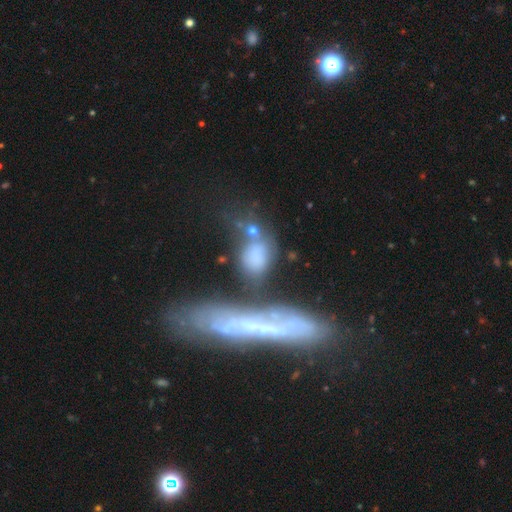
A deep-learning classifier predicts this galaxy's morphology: smooth_or_featured: smooth (p=0.54) [alt: featured or disk p=0.33]
how_rounded: in between (p=0.67) [alt: round p=0.22]
merging: none (p=0.35) [alt: merger p=0.28]